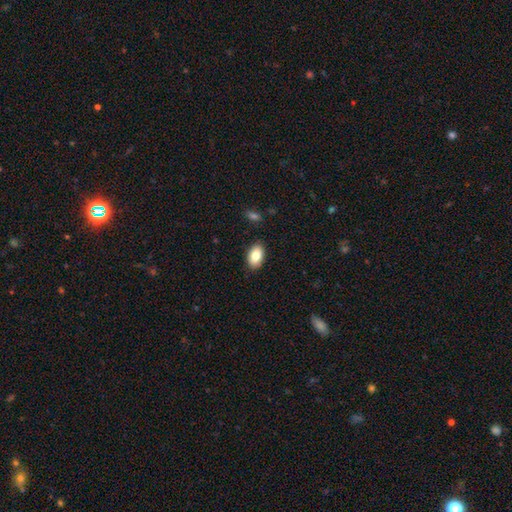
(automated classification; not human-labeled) Morphology: type=smooth (85%); roundness=in between (92%); merging=none (88%).